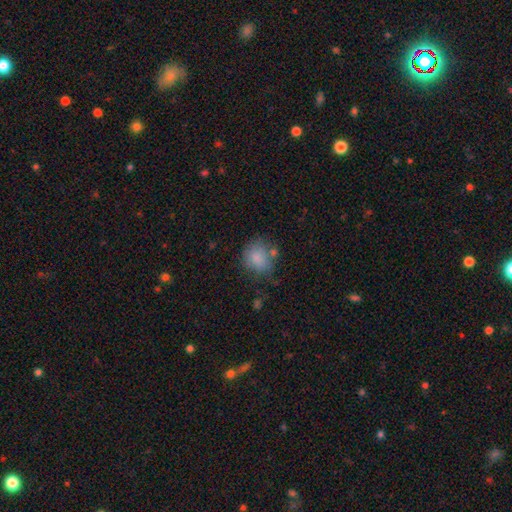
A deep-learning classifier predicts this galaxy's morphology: A smooth galaxy with no disk features (80%) that is round (73%).

Vote fractions:
- Smooth or featured? smooth: 80% / star or artifact: 11% / featured or disk: 8%
- How rounded? round: 73% / in between: 26% / cigar-shaped: 1%
- Merging? none: 66% / minor disturbance: 20% / merger: 7% / major disturbance: 7%